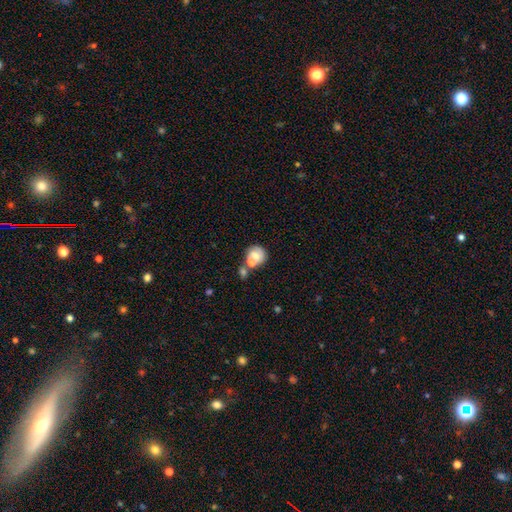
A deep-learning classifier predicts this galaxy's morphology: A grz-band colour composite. It shows a smooth galaxy with no disk features (62%) that is round (76%). Merging: merger (41%).